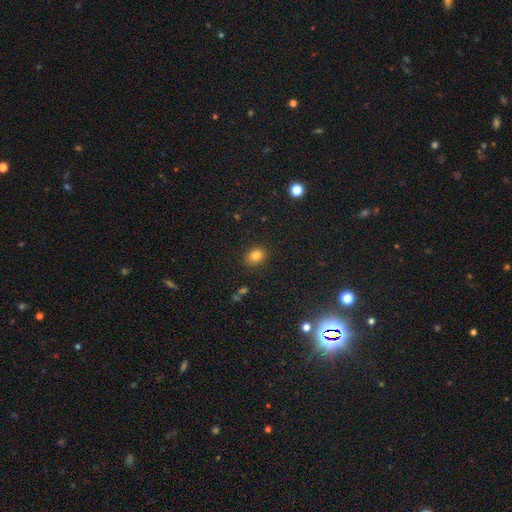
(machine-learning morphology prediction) This is clearly a smooth galaxy (81%). How rounded: possibly round (52%). Merging: clearly none (86%).